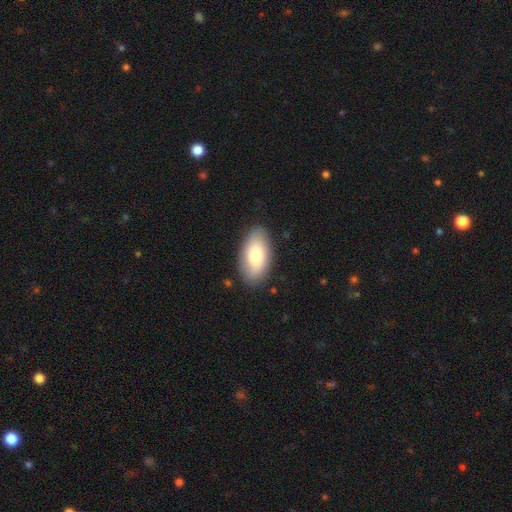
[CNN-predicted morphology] smooth_or_featured: smooth (p=0.78) [alt: featured or disk p=0.16]
how_rounded: in between (p=0.94) [alt: round p=0.03]
merging: none (p=0.85) [alt: minor disturbance p=0.11]